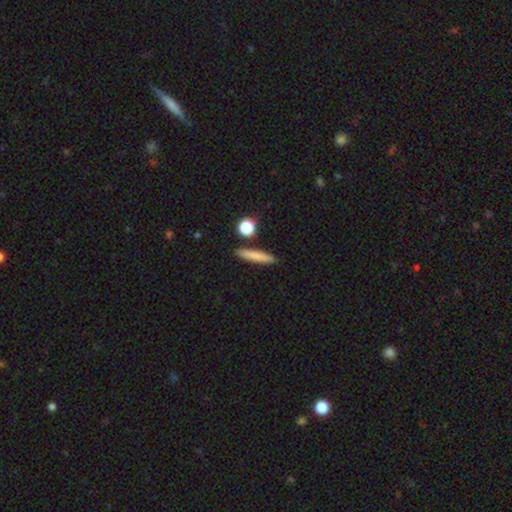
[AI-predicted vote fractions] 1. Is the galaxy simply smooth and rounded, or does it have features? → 78% smooth, 14% featured or disk, 8% star or artifact.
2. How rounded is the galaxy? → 86% cigar-shaped, 9% in between, 5% round.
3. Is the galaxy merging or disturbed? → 87% none, 7% minor disturbance, 4% merger, 2% major disturbance.